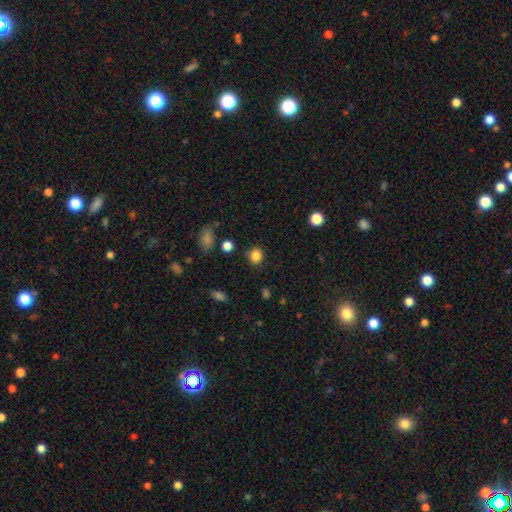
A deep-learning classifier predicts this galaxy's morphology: smooth 85%, star or artifact 11%, featured or disk 4%. Down the decision tree: how rounded — round (85%); merging — none (85%).